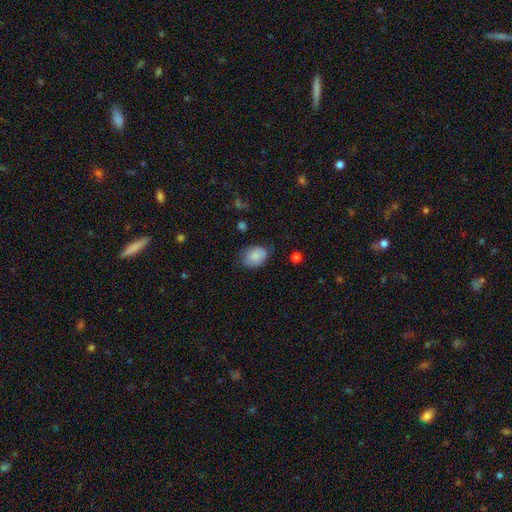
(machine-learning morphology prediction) This is clearly a smooth galaxy (83%). How rounded: likely in between (73%). Merging: likely none (64%).